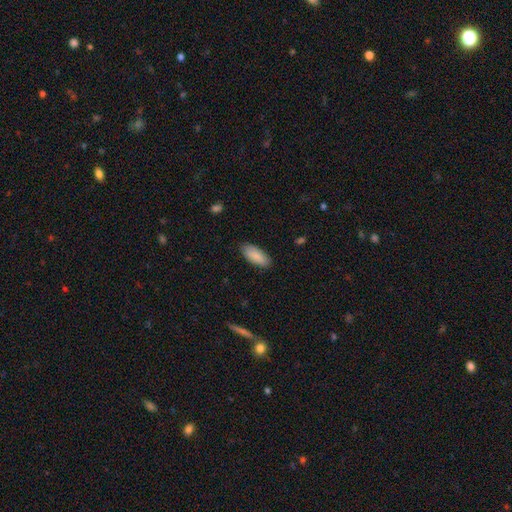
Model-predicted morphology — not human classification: Smooth or featured?
  - smooth: 89% *
  - star or artifact: 6%
  - featured or disk: 5%
How rounded?
  - in between: 85% *
  - cigar-shaped: 14%
  - round: 2%
Merging?
  - none: 86% *
  - minor disturbance: 10%
  - major disturbance: 2%
  - merger: 1%